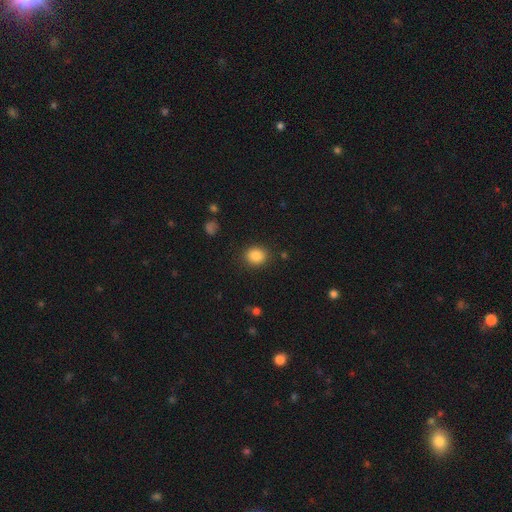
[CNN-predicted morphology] smooth-or-featured: smooth: 87% | star or artifact: 10% | featured or disk: 4%
  how-rounded: round: 67% | in between: 32% | cigar-shaped: 1%
  merging: none: 87% | minor disturbance: 9% | major disturbance: 3% | merger: 1%